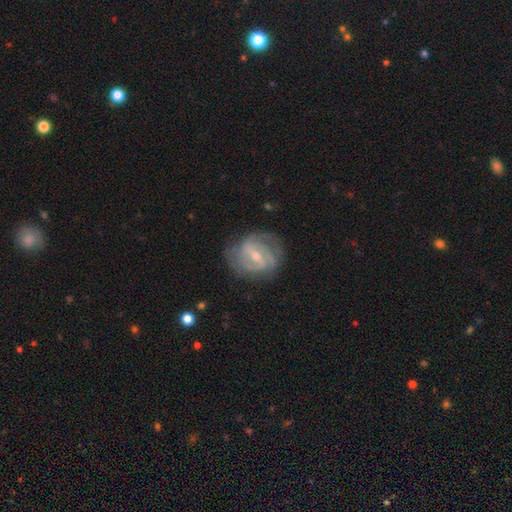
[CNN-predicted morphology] Overall: featured or disk (84%). Edge-on disk: no (97%). Bar: weak (48%; strong 33%). Spiral arms: yes (93%). Spiral arm count: 2 (43%; can't tell 23%). Spiral winding: tight (51%; medium 38%). Bulge size: small (55%; moderate 42%). Merging: none (75%).